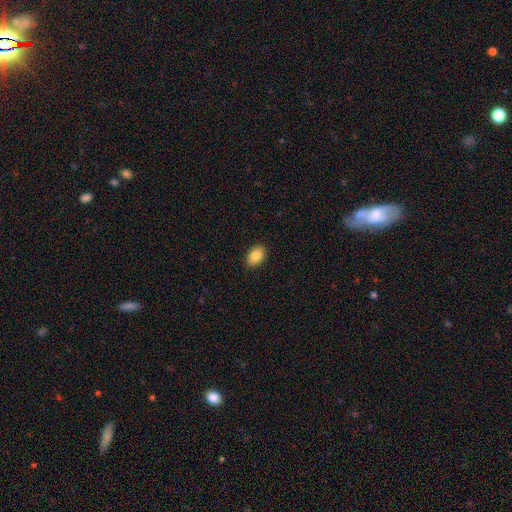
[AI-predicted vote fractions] This appears to be a smooth galaxy with no disk features (86%) that is in between round and cigar-shaped (88%). Merging: none (90%).